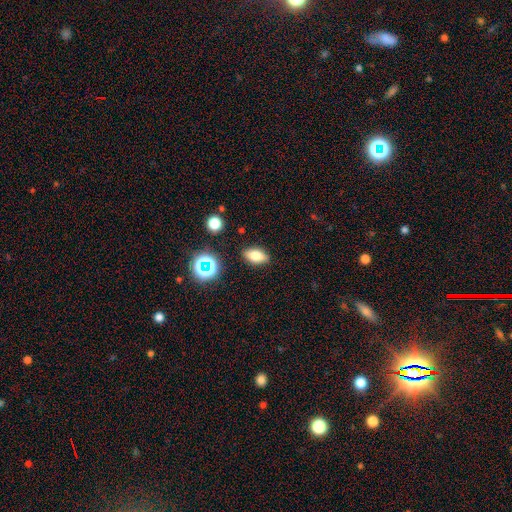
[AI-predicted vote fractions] Smooth or featured? Predicted: smooth (p=0.72). How rounded? Predicted: in between (p=0.83). Merging? Predicted: none (p=0.86).